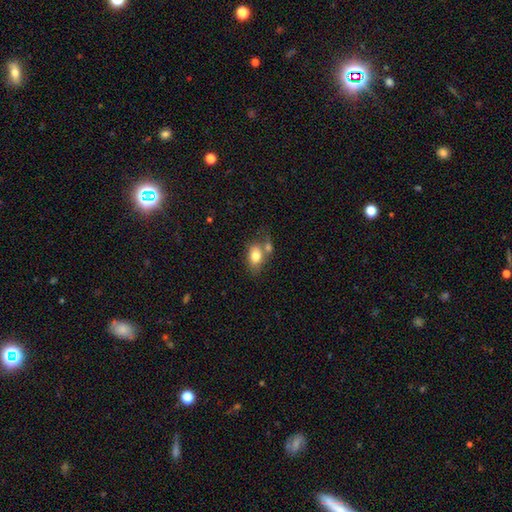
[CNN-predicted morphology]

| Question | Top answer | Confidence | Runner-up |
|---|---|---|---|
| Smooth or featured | smooth | 78% | featured or disk (14%) |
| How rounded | in between | 81% | round (17%) |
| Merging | none | 42% | merger (34%) |